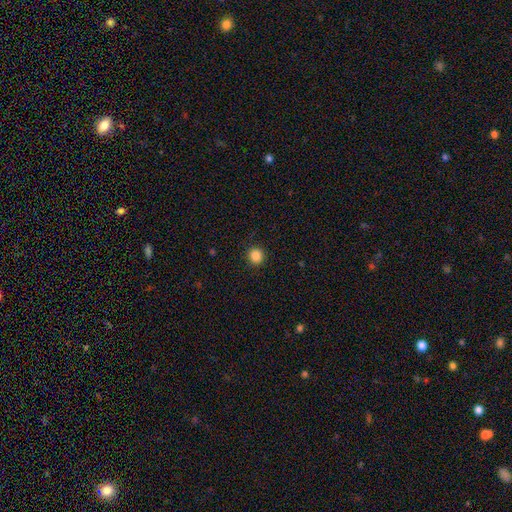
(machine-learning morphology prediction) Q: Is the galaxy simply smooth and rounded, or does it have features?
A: smooth — 86%.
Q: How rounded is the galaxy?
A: round — 93%.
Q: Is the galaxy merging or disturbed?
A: none — 92%.